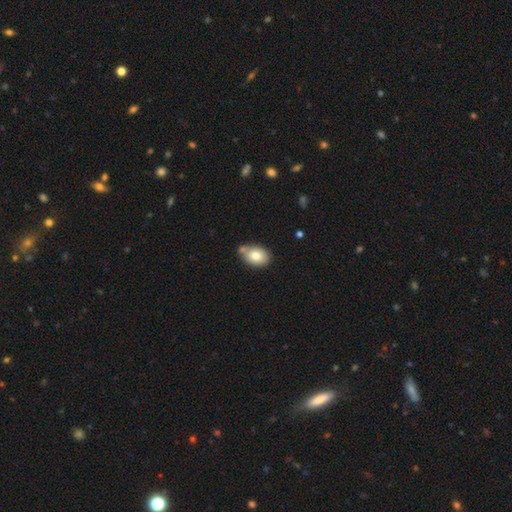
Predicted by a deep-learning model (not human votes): Morphology: type=smooth (81%); roundness=in between (82%); merging=none (57%).